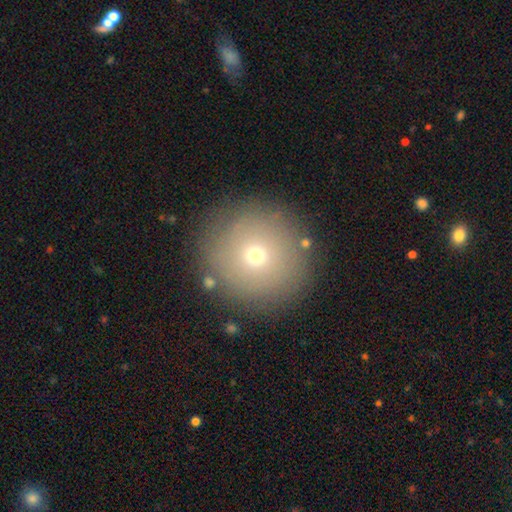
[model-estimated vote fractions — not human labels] Q: Smooth or featured?
A: smooth (67%); runner-up: featured or disk (18%)
Q: How rounded?
A: round (95%); runner-up: in between (4%)
Q: Merging?
A: none (85%); runner-up: minor disturbance (9%)